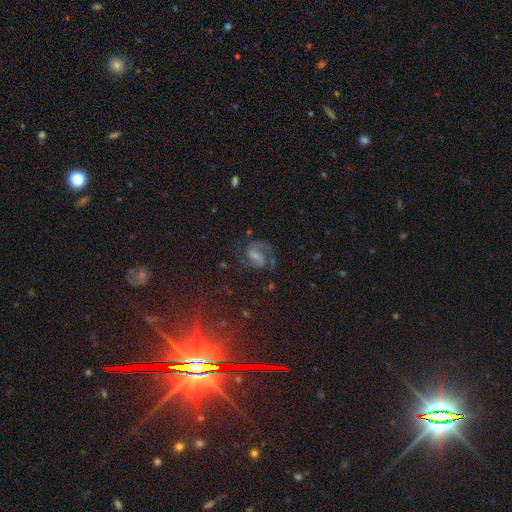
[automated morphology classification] Smooth or featured: featured or disk — 75% (smooth — 13%)
Edge-on disk: no — 98% (yes — 2%)
Bar: weak — 48% (strong — 30%)
Spiral arms: yes — 94% (no — 6%)
Spiral winding: medium — 56% (loose — 25%)
Spiral arm count: 2 — 85% (1 — 7%)
Bulge size: none — 34% (tied with small — 34%)
Merging: none — 62% (minor disturbance — 18%)